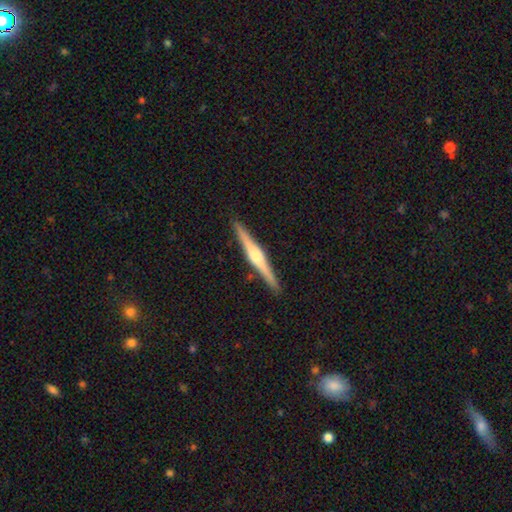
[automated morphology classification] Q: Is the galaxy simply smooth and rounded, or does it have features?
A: featured or disk — 75%.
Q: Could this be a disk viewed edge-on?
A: yes — 98%.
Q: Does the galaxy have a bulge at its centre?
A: rounded — 84%.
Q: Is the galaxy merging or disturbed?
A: none — 91%.